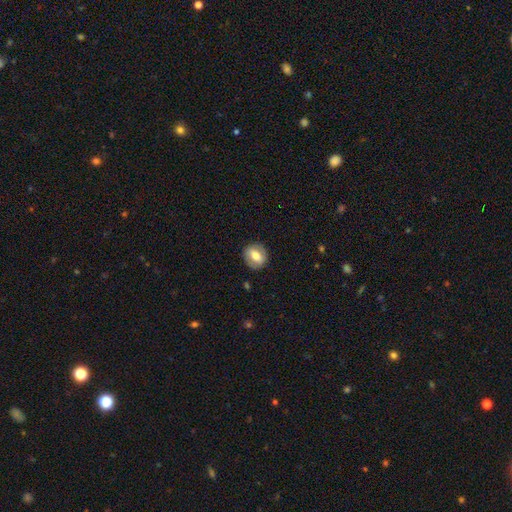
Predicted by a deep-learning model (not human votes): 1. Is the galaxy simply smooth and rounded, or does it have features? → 59% smooth, 33% featured or disk, 8% star or artifact.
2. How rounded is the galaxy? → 63% round, 35% in between, 1% cigar-shaped.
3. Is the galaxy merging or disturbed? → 84% none, 12% minor disturbance, 4% major disturbance, 1% merger.